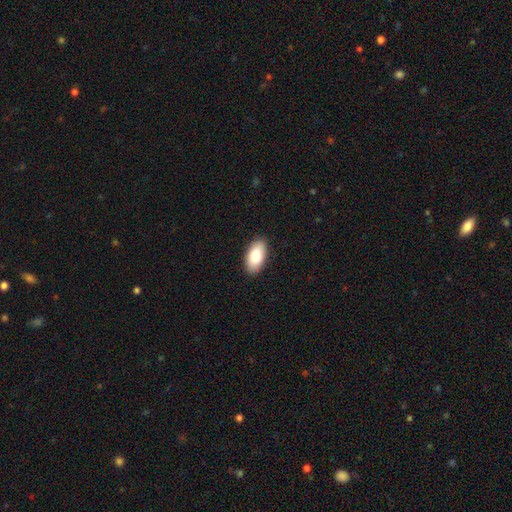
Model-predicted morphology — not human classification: A smooth galaxy with no disk features (82%) that is in between round and cigar-shaped (94%).

Vote fractions:
- Smooth or featured? smooth: 82% / featured or disk: 12% / star or artifact: 6%
- How rounded? in between: 94% / cigar-shaped: 3% / round: 3%
- Merging? none: 89% / minor disturbance: 8% / major disturbance: 2% / merger: 1%